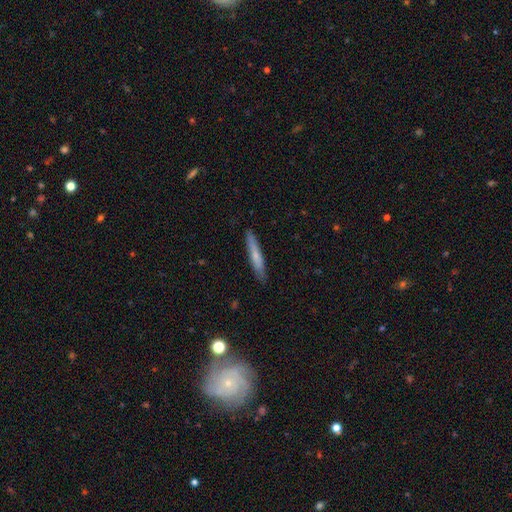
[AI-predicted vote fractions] smooth_or_featured: smooth (p=0.63) [alt: featured or disk p=0.31]
how_rounded: cigar-shaped (p=0.94) [alt: in between p=0.05]
merging: none (p=0.88) [alt: minor disturbance p=0.10]